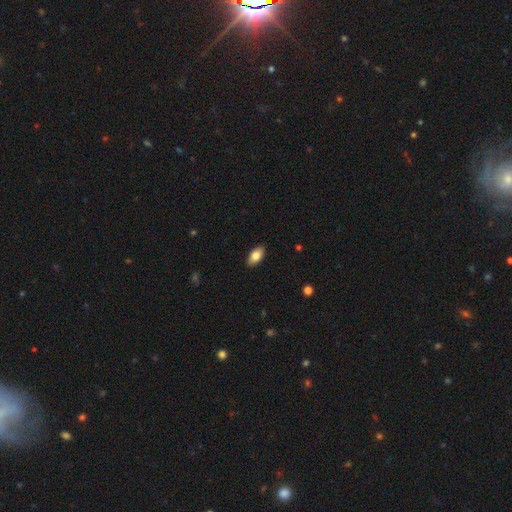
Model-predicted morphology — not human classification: Overall: smooth (83%). How rounded: in between (93%). Merging: none (89%).